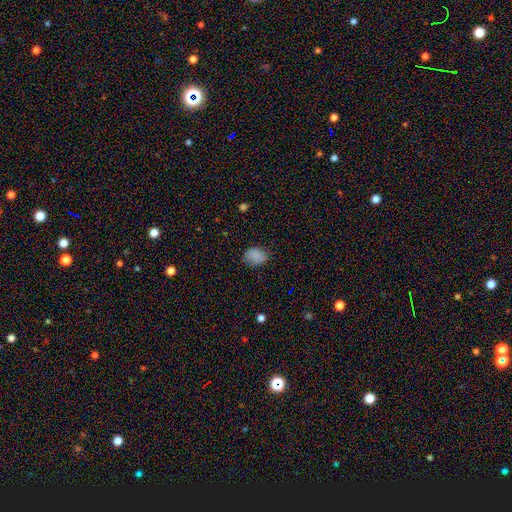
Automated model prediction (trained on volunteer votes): smooth_or_featured: smooth (p=0.85) [alt: star or artifact p=0.09]
how_rounded: in between (p=0.63) [alt: round p=0.36]
merging: none (p=0.73) [alt: minor disturbance p=0.21]